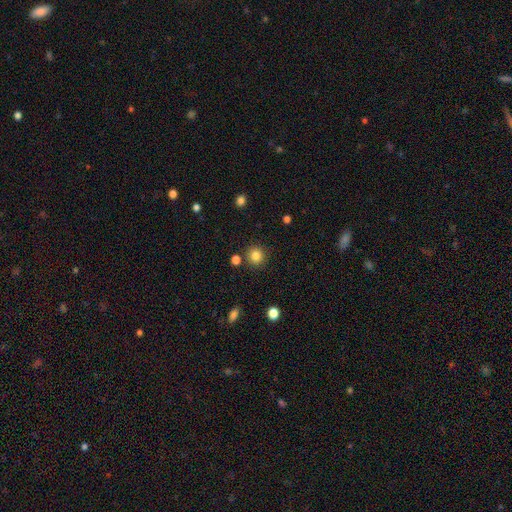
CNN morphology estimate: This appears to be a smooth galaxy with no disk features (84%) that is round (92%). Merging: none (87%).